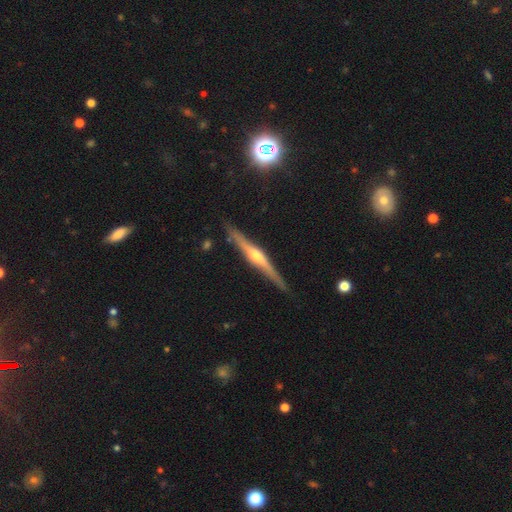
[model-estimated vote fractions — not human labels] Smooth or featured?
  - featured or disk: 77% *
  - smooth: 18%
  - star or artifact: 6%
Edge-on disk?
  - yes: 98% *
  - no: 2%
Edge-on bulge?
  - rounded: 86% *
  - none: 7%
  - boxy: 7%
Merging?
  - none: 86% *
  - minor disturbance: 10%
  - major disturbance: 2%
  - merger: 2%